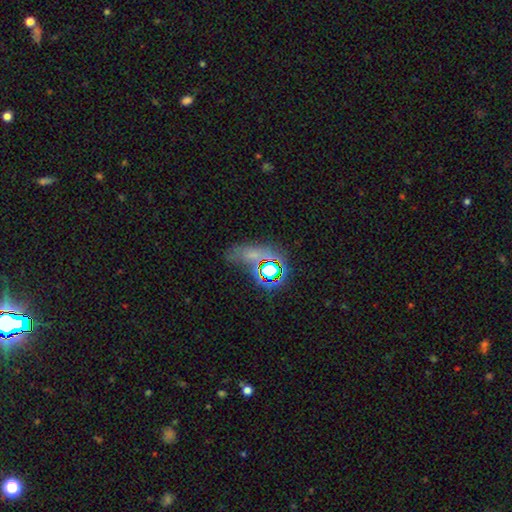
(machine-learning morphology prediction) Q: Smooth or featured?
A: star or artifact (53%); runner-up: smooth (32%)